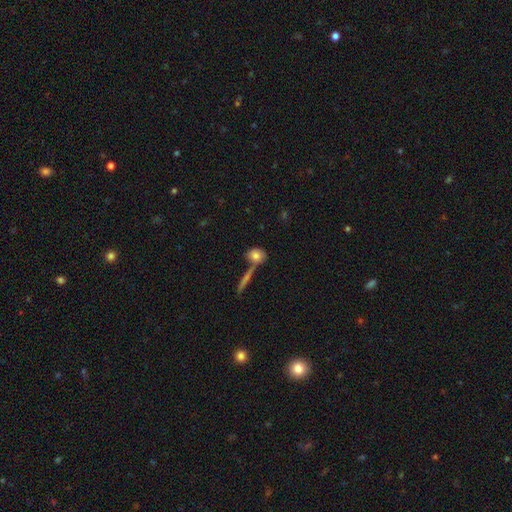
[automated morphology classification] This appears to be a smooth galaxy with no disk features (76%) that is round (53%). Merging: none (58%).